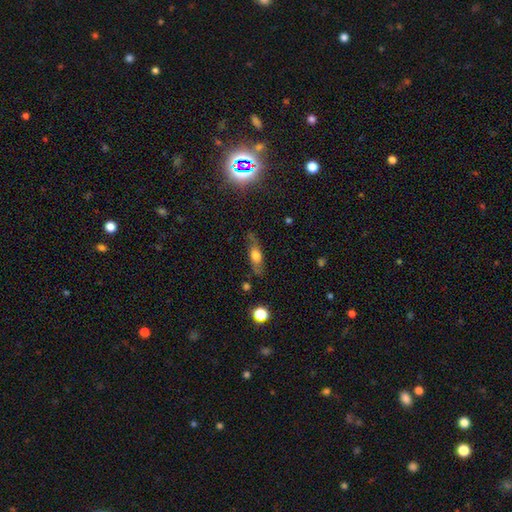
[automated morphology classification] smooth 54%, featured or disk 36%, star or artifact 10%. Down the decision tree: how rounded — in between (55%); merging — none (70%).